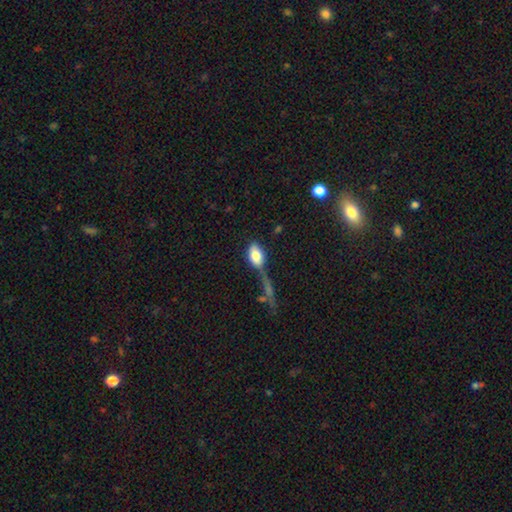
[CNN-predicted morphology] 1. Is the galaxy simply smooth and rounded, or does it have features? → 76% smooth, 16% featured or disk, 8% star or artifact.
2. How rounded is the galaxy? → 87% in between, 9% round, 4% cigar-shaped.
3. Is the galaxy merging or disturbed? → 39% none, 22% merger, 22% minor disturbance, 17% major disturbance.